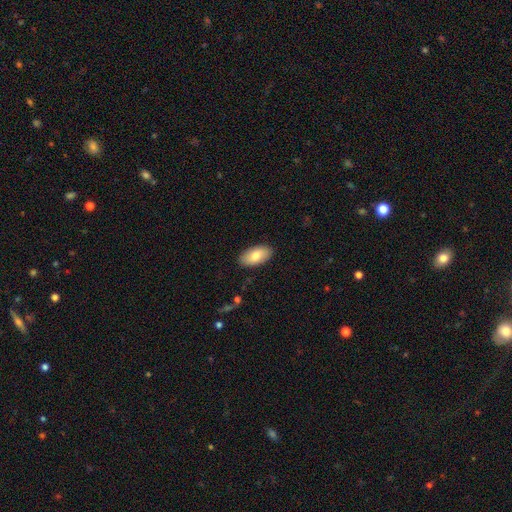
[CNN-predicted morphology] smooth-or-featured: smooth: 80% | featured or disk: 14% | star or artifact: 6%
  how-rounded: in between: 95% | cigar-shaped: 3% | round: 2%
  merging: none: 89% | minor disturbance: 8% | major disturbance: 2% | merger: 1%